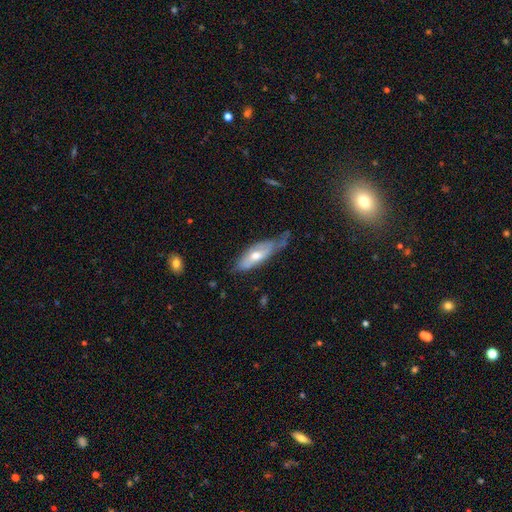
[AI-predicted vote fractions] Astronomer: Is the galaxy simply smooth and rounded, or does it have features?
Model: smooth — 48% (runner-up: featured or disk, 47%).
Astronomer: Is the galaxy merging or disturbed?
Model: minor disturbance — 41% (runner-up: none, 35%).